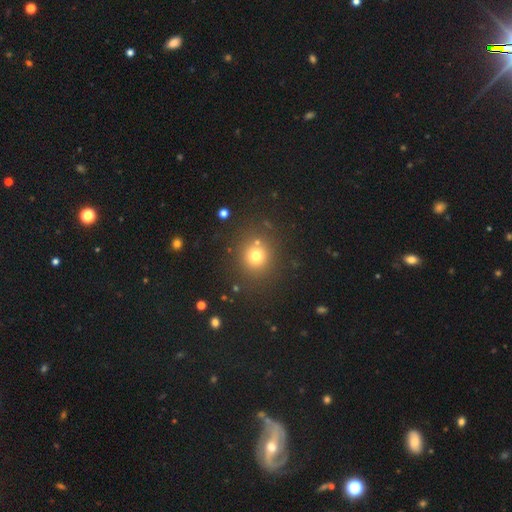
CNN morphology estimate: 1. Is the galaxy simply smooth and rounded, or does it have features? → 73% smooth, 19% star or artifact, 9% featured or disk.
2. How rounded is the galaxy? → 89% round, 10% in between, 1% cigar-shaped.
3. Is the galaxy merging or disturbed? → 84% none, 8% minor disturbance, 5% merger, 4% major disturbance.